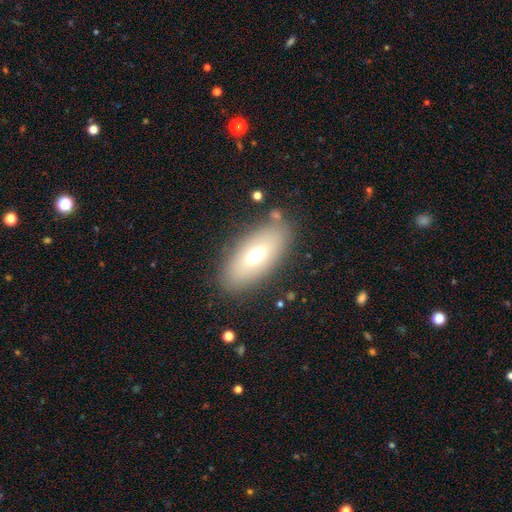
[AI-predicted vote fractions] Smooth or featured: smooth — 63% (featured or disk — 27%)
How rounded: in between — 86% (cigar-shaped — 9%)
Merging: none — 80% (minor disturbance — 12%)